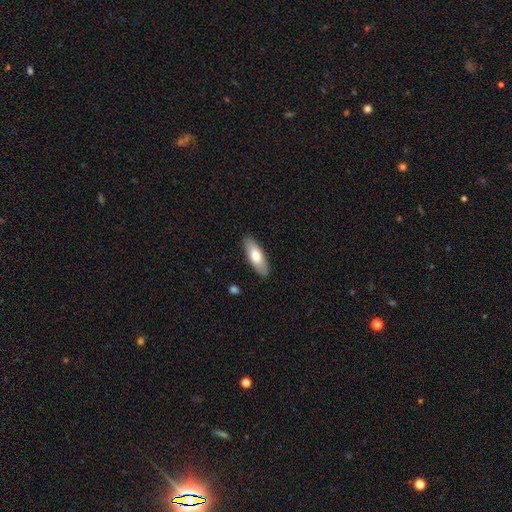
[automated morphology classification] Overall: smooth (74%). How rounded: in between (68%; cigar-shaped 30%). Merging: none (89%).